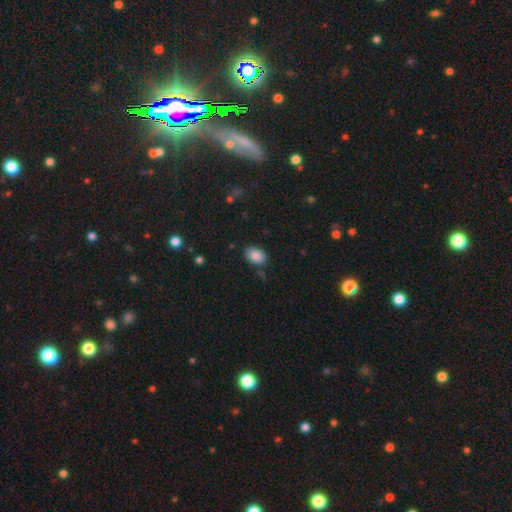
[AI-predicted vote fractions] Smooth or featured: smooth — 88% (star or artifact — 8%)
How rounded: in between — 84% (round — 15%)
Merging: none — 80% (minor disturbance — 14%)